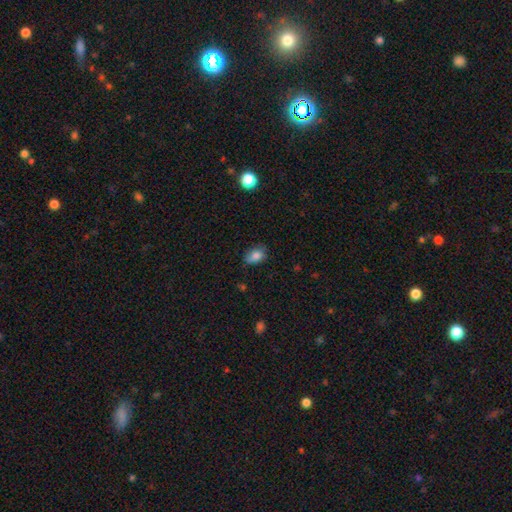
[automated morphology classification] Smooth or featured: smooth — 83% (star or artifact — 9%)
How rounded: in between — 81% (round — 17%)
Merging: none — 65% (minor disturbance — 27%)